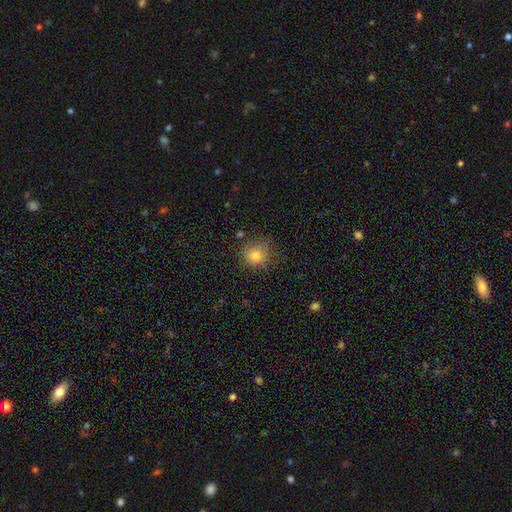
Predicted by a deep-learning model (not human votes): A smooth galaxy with no disk features (80%) that is round (89%).

Vote fractions:
- Smooth or featured? smooth: 80% / star or artifact: 13% / featured or disk: 7%
- How rounded? round: 89% / in between: 10% / cigar-shaped: 1%
- Merging? none: 79% / minor disturbance: 14% / major disturbance: 4% / merger: 3%